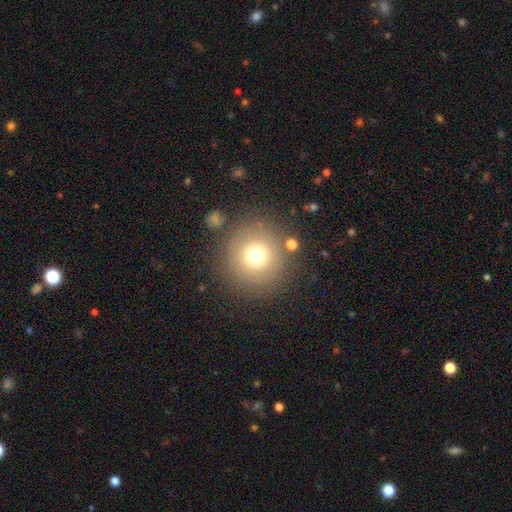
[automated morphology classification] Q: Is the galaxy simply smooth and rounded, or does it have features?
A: smooth — 74%.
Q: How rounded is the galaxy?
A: round — 95%.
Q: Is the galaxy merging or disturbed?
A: none — 83%.